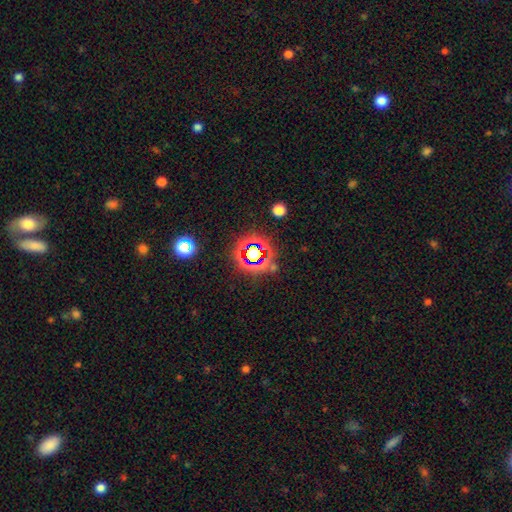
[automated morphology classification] The model was most divided on "smooth or featured": star or artifact: 67%, smooth: 21%, featured or disk: 12%.